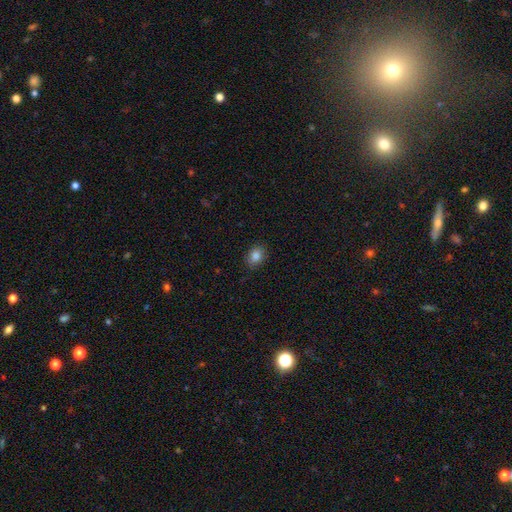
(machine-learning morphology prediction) smooth_or_featured: smooth (p=0.85) [alt: star or artifact p=0.10]
how_rounded: in between (p=0.68) [alt: round p=0.31]
merging: none (p=0.86) [alt: minor disturbance p=0.10]